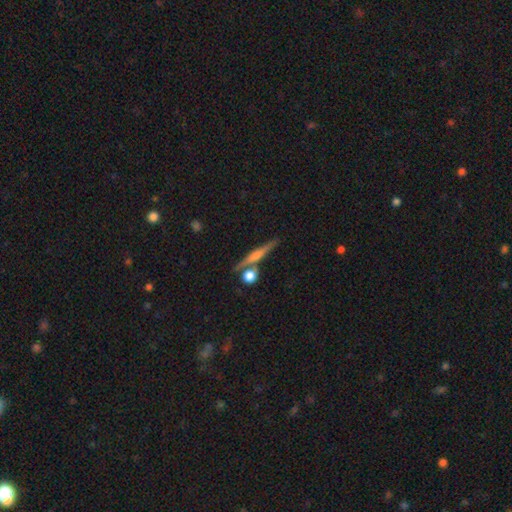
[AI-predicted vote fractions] This is likely a featured or disk galaxy (67%). It is clearly viewed edge-on (97%). Edge-on bulge: likely rounded (70%). Merging: clearly none (82%).